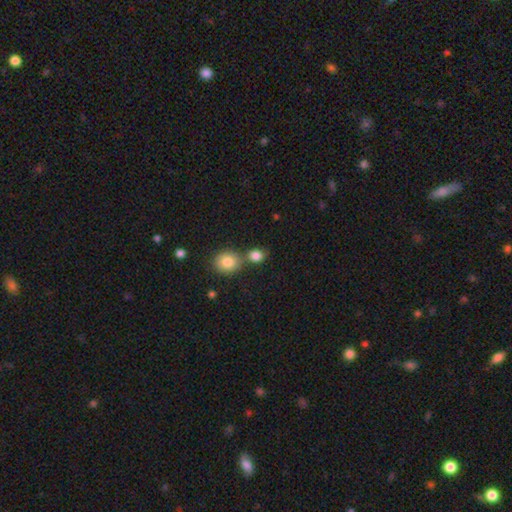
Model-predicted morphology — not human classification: Smooth or featured?
  - smooth: 83% *
  - star or artifact: 10%
  - featured or disk: 6%
How rounded?
  - round: 64% *
  - in between: 34%
  - cigar-shaped: 2%
Merging?
  - none: 55% *
  - merger: 32%
  - minor disturbance: 10%
  - major disturbance: 4%